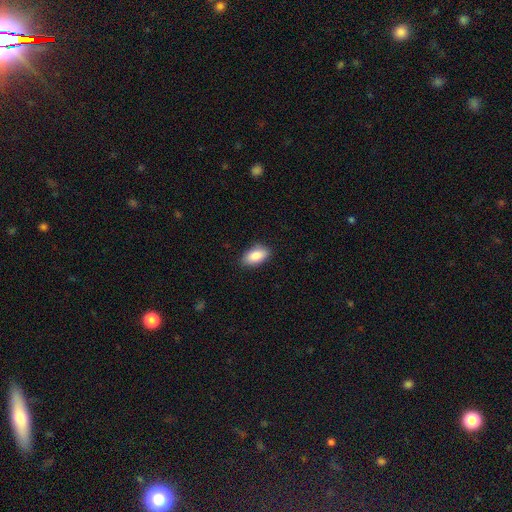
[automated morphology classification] This is clearly a smooth galaxy (88%). How rounded: clearly in between (93%). Merging: clearly none (86%).